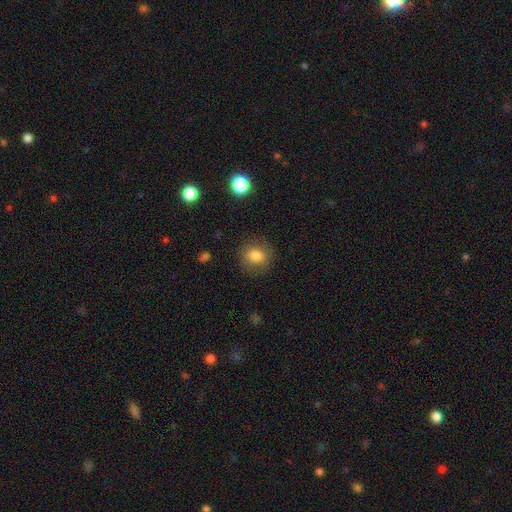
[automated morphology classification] Smooth or featured? smooth (81%)
How rounded? round (77%)
Merging? none (84%)